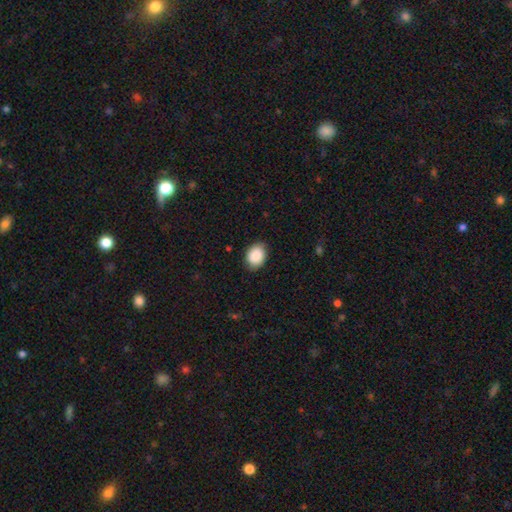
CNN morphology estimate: Overall: smooth (89%). How rounded: in between (65%; round 34%). Merging: none (85%).